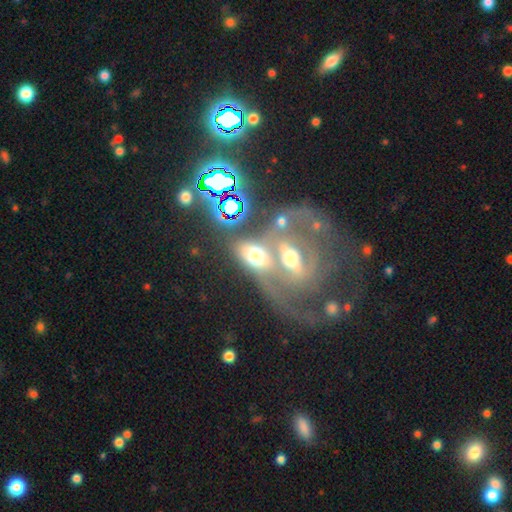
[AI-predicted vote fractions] Smooth or featured?
  - smooth: 43% *
  - featured or disk: 42%
  - star or artifact: 15%
Merging?
  - merger: 54% *
  - none: 25%
  - major disturbance: 11%
  - minor disturbance: 9%